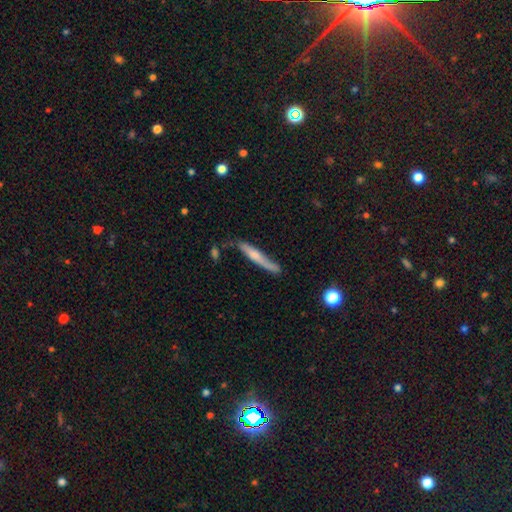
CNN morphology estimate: The model was most divided on "smooth or featured": smooth: 48%, featured or disk: 46%, star or artifact: 6%. More confident: merging — none (61%).